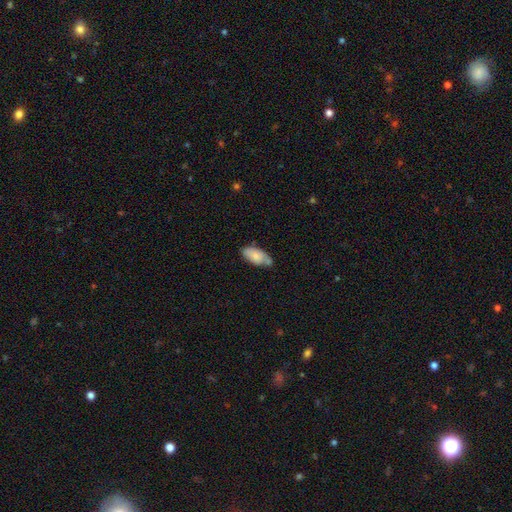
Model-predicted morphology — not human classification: Smooth or featured: smooth — 71% (featured or disk — 22%)
How rounded: in between — 92% (cigar-shaped — 5%)
Merging: none — 52% (minor disturbance — 33%)